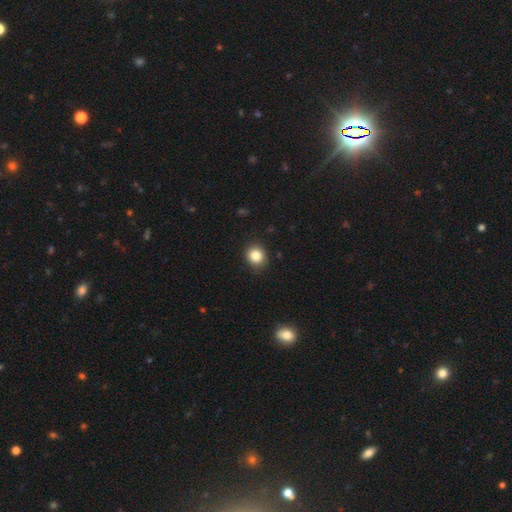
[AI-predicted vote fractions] smooth_or_featured: smooth (p=0.84) [alt: star or artifact p=0.10]
how_rounded: round (p=0.79) [alt: in between p=0.20]
merging: none (p=0.87) [alt: minor disturbance p=0.10]